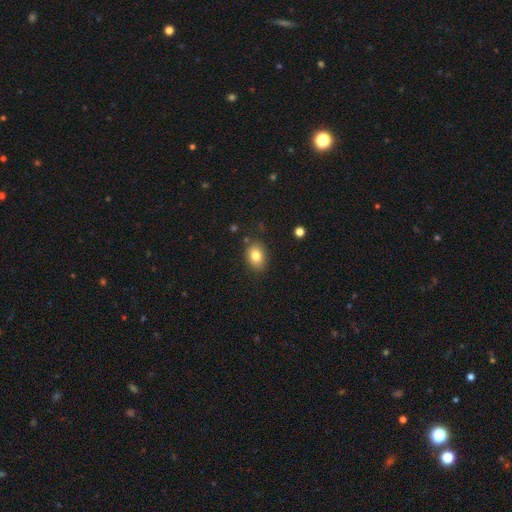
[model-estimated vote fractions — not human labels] Q: Smooth or featured?
A: smooth (81%); runner-up: star or artifact (10%)
Q: How rounded?
A: in between (69%); runner-up: round (30%)
Q: Merging?
A: none (84%); runner-up: minor disturbance (11%)